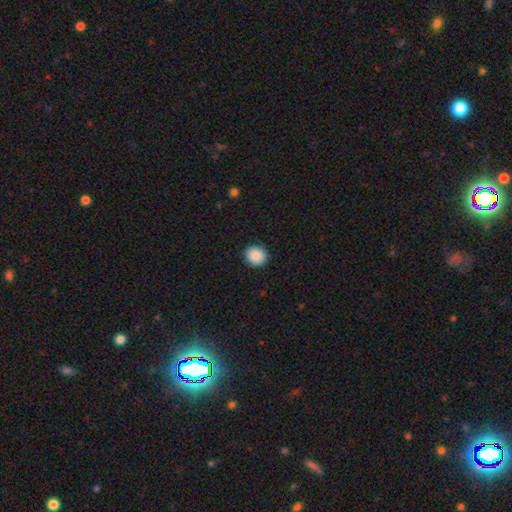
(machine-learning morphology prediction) Smooth or featured: smooth — 89% (star or artifact — 8%)
How rounded: round — 82% (in between — 17%)
Merging: none — 89% (minor disturbance — 8%)